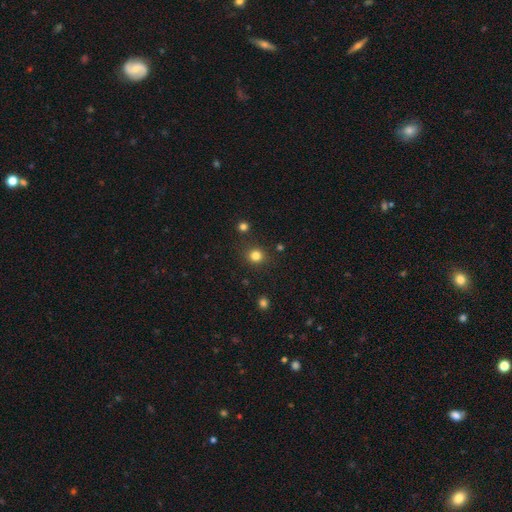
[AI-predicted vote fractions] Q: Smooth or featured?
A: smooth (81%); runner-up: star or artifact (14%)
Q: How rounded?
A: round (88%); runner-up: in between (11%)
Q: Merging?
A: none (86%); runner-up: minor disturbance (8%)